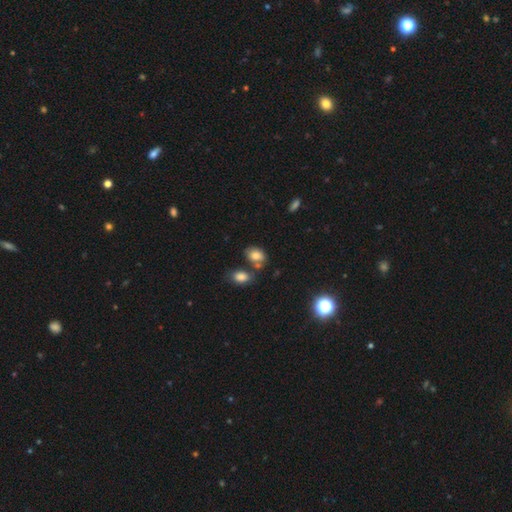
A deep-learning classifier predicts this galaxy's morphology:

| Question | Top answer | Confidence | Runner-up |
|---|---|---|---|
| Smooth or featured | smooth | 78% | featured or disk (12%) |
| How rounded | in between | 80% | round (18%) |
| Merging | none | 52% | merger (25%) |